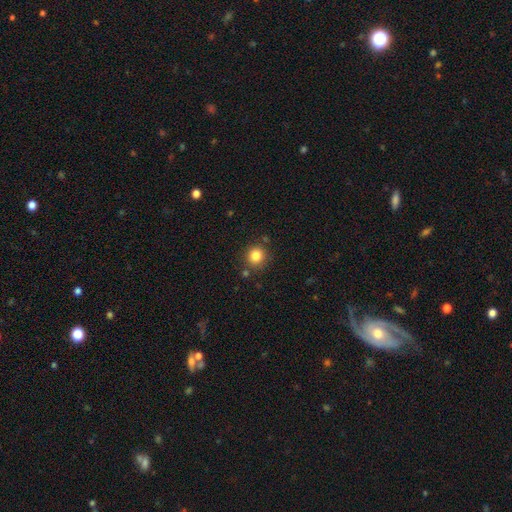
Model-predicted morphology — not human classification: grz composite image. It shows a smooth galaxy with no disk features (82%) that is round (90%). Merging: none (83%).